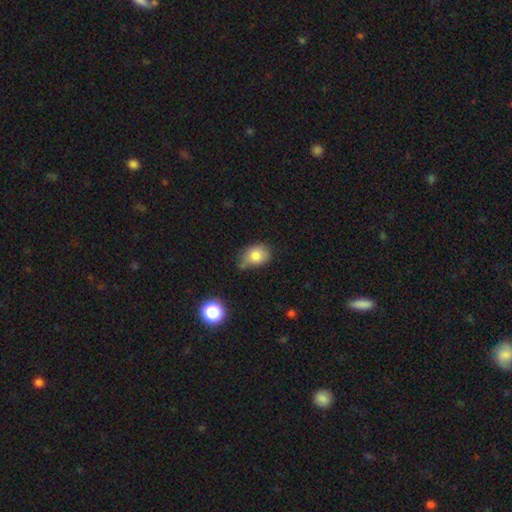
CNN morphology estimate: This appears to be a smooth galaxy with no disk features (81%) that is in between round and cigar-shaped (59%). Merging: none (48%).